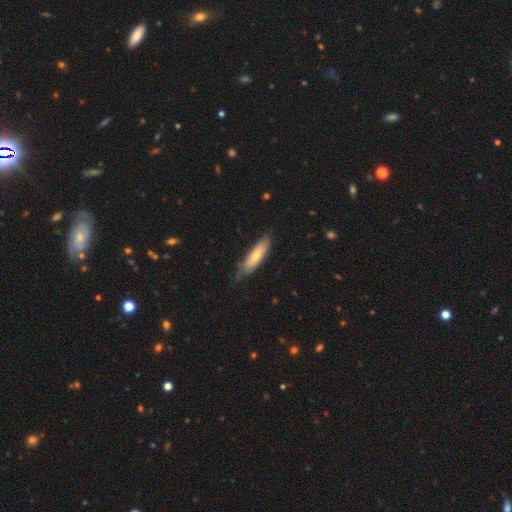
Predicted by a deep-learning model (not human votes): Morphology: type=smooth (67%); roundness=cigar-shaped (61%); merging=none (67%).